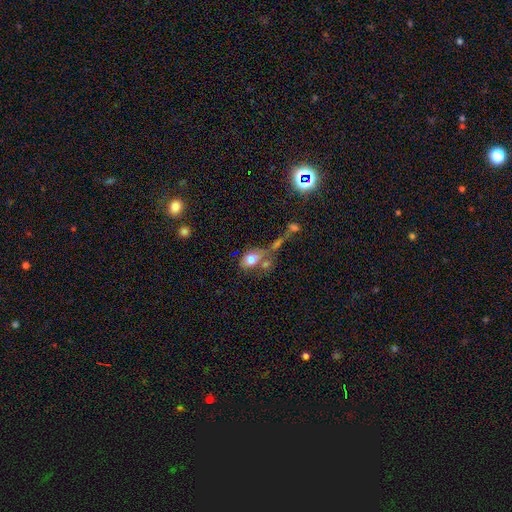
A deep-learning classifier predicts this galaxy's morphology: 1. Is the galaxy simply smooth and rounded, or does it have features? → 57% smooth, 24% star or artifact, 19% featured or disk.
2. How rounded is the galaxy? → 51% in between, 45% round, 4% cigar-shaped.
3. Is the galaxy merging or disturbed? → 37% none, 35% merger, 14% major disturbance, 14% minor disturbance.